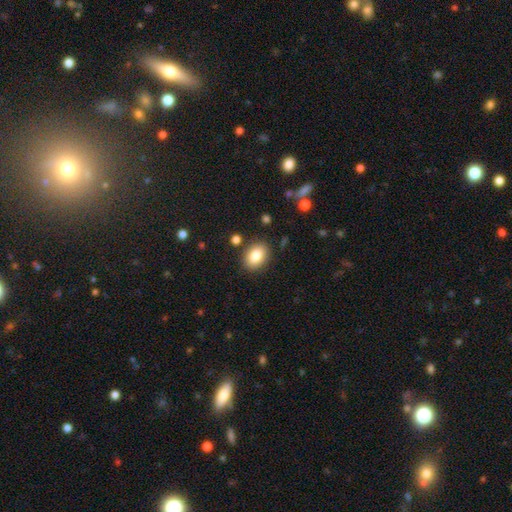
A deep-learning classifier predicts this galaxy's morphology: Smooth or featured: smooth — 84% (star or artifact — 8%)
How rounded: in between — 74% (round — 25%)
Merging: none — 85% (minor disturbance — 9%)